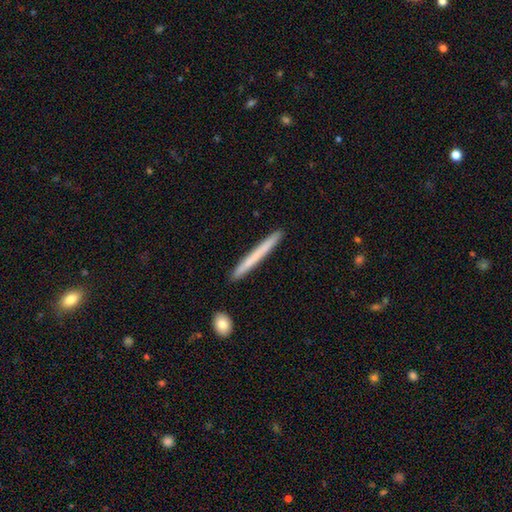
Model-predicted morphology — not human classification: type=smooth (62%); roundness=cigar-shaped (97%); merging=none (91%).